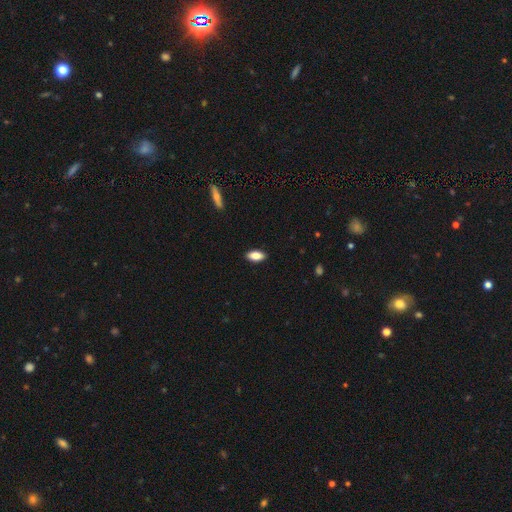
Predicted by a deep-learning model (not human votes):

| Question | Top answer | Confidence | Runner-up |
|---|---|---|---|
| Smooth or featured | smooth | 83% | featured or disk (10%) |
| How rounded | in between | 87% | cigar-shaped (10%) |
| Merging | none | 89% | minor disturbance (8%) |